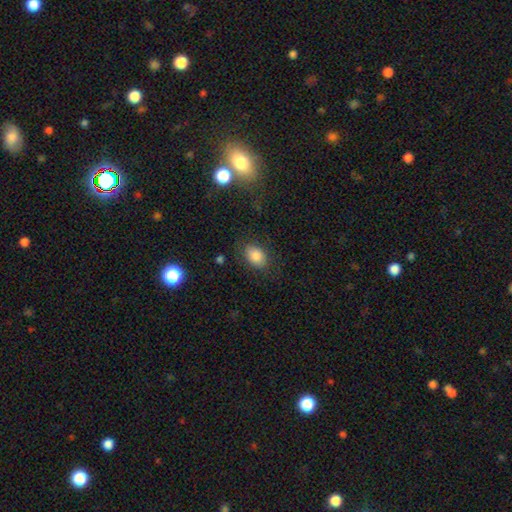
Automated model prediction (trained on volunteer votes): Q: Smooth or featured?
A: smooth (84%); runner-up: star or artifact (9%)
Q: How rounded?
A: in between (78%); runner-up: round (21%)
Q: Merging?
A: none (80%); runner-up: minor disturbance (13%)